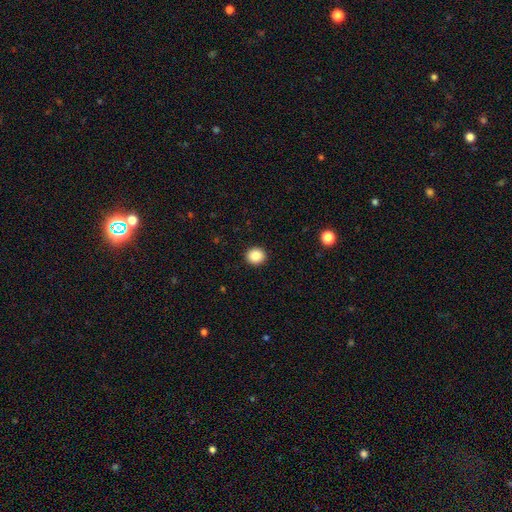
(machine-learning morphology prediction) Smooth or featured? Predicted: smooth (p=0.86). How rounded? Predicted: round (p=0.88). Merging? Predicted: none (p=0.92).